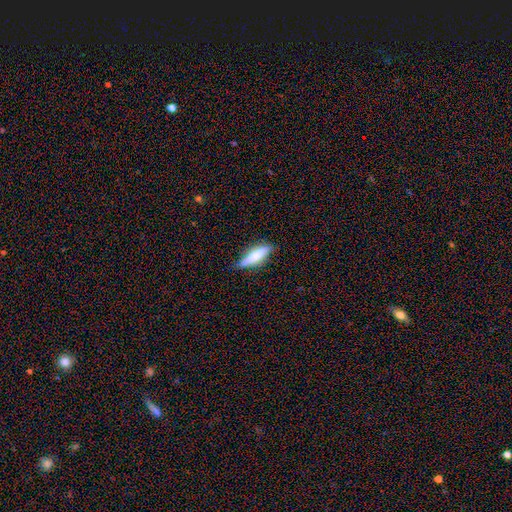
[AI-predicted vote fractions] Morphology: type=smooth (64%); roundness=cigar-shaped (71%); merging=none (75%).